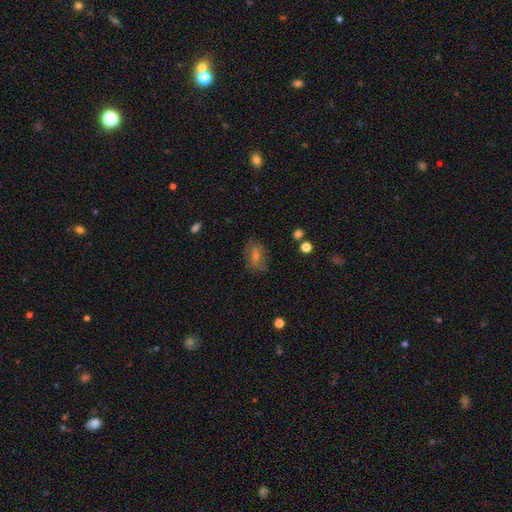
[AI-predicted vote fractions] A smooth galaxy with no disk features (48%). Merging: none (75%).